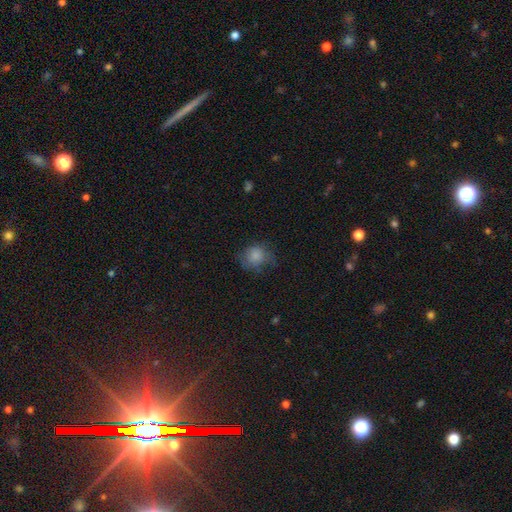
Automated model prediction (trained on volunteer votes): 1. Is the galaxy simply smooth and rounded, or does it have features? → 80% smooth, 10% featured or disk, 10% star or artifact.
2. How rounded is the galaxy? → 75% round, 24% in between, 1% cigar-shaped.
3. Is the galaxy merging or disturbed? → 57% none, 26% minor disturbance, 15% major disturbance, 1% merger.